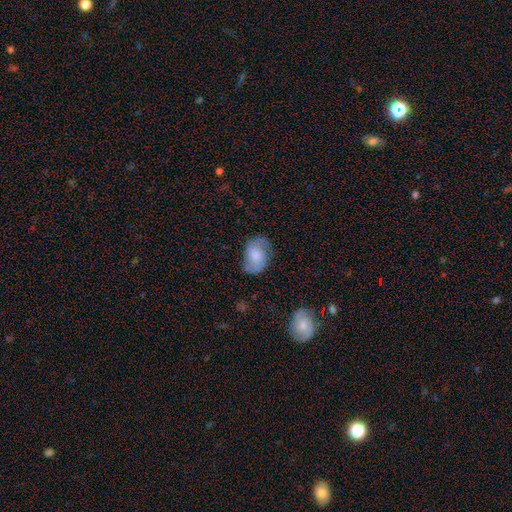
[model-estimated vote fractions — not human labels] The model was most divided on "smooth or featured": smooth: 50%, featured or disk: 42%, star or artifact: 8%. More confident: how rounded — in between (81%); merging — none (63%).